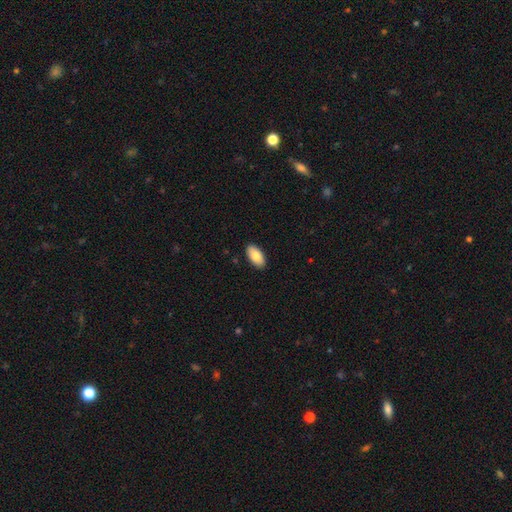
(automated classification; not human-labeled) This appears to be a smooth galaxy with no disk features (85%) that is in between round and cigar-shaped (94%). Merging: none (90%).